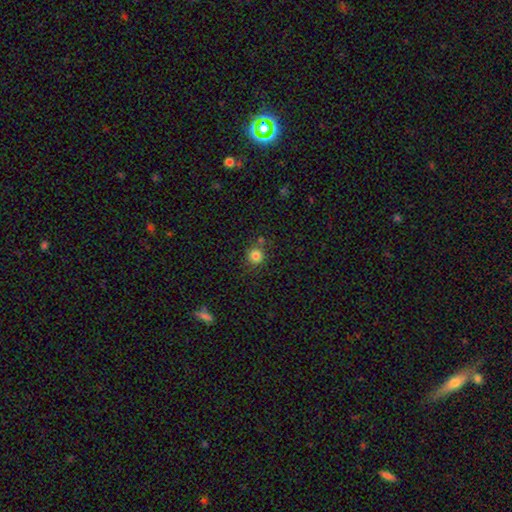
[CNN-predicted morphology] A smooth galaxy with no disk features (83%) that is round (93%).

Vote fractions:
- Smooth or featured? smooth: 83% / star or artifact: 12% / featured or disk: 5%
- How rounded? round: 93% / in between: 6% / cigar-shaped: 1%
- Merging? none: 78% / minor disturbance: 10% / merger: 9% / major disturbance: 3%